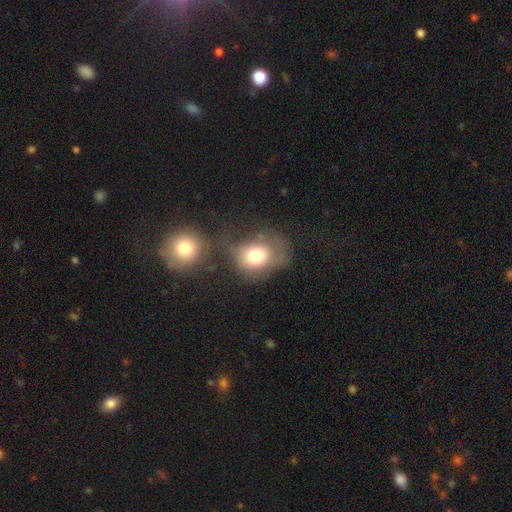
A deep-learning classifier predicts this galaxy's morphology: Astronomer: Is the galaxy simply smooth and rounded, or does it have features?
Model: smooth — 72%.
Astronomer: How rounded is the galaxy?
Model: round — 52% (runner-up: in between, 47%).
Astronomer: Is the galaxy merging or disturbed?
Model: none — 37% (runner-up: minor disturbance, 24%).